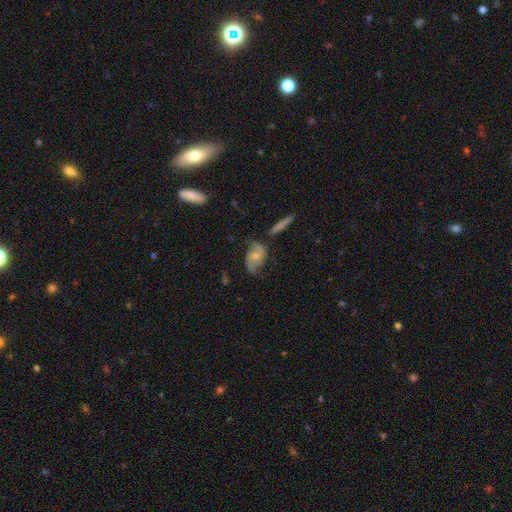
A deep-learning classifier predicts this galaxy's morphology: smooth-or-featured: featured or disk: 76% | smooth: 17% | star or artifact: 7%
  disk-edge-on: no: 95% | yes: 5%
    bar: no: 65% | weak: 27% | strong: 8%
    has-spiral-arms: yes: 91% | no: 9%
      spiral-winding: loose: 43% | medium: 40% | tight: 17%
      spiral-arm-count: 2: 87% | can't tell: 6% | 1: 3% | 3: 2% | 4: 1% | more than 4: 1%
    bulge-size: moderate: 57% | small: 38% | large: 2% | none: 2% | dominant: 1%
  merging: none: 63% | minor disturbance: 23% | major disturbance: 11% | merger: 3%